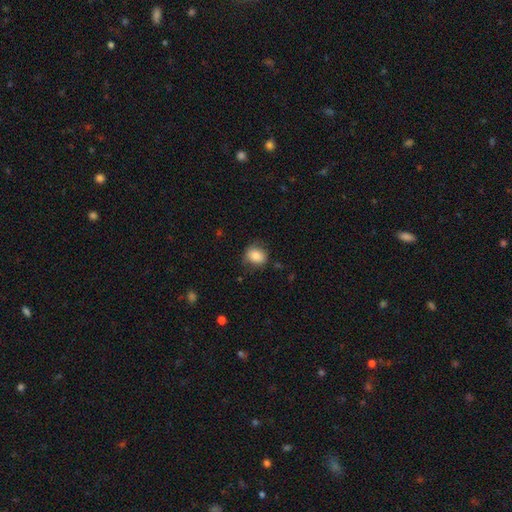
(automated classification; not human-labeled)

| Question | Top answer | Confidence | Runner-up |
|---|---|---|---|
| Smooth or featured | smooth | 83% | featured or disk (9%) |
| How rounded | round | 52% | in between (47%) |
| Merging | none | 71% | minor disturbance (21%) |